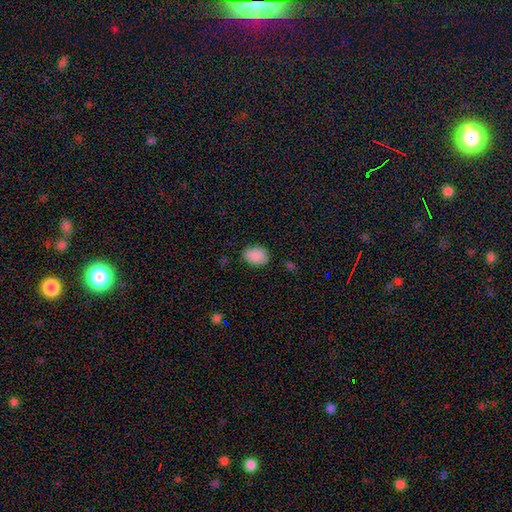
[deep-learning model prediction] Smooth or featured? smooth (89%)
How rounded? in between (74%)
Merging? none (79%)